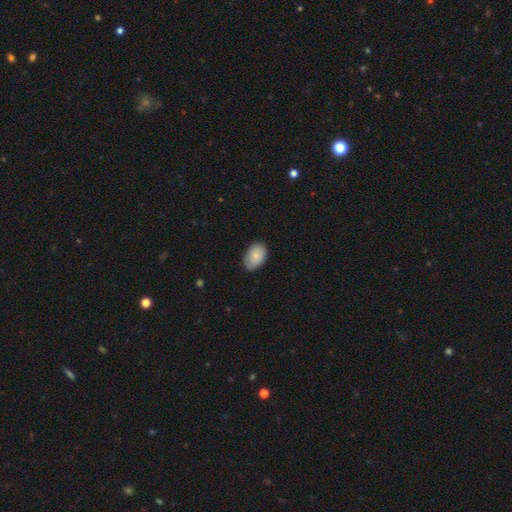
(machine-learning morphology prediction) A smooth galaxy with no disk features (87%) that is in between round and cigar-shaped (88%). Merging: none (81%).